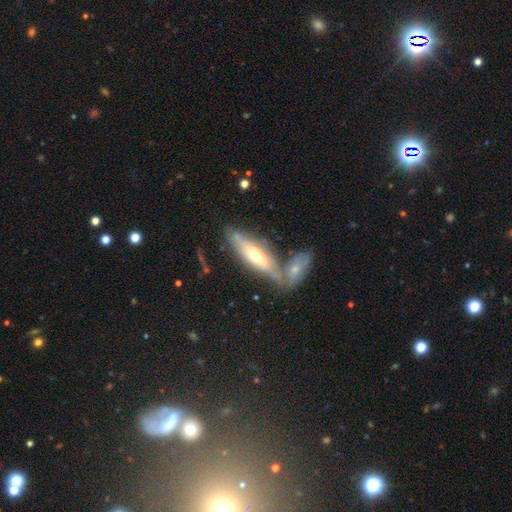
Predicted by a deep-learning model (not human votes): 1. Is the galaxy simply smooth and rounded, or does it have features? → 55% featured or disk, 39% smooth, 6% star or artifact.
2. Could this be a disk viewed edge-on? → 67% yes, 33% no.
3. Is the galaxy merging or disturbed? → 52% none, 30% merger, 13% minor disturbance, 4% major disturbance.